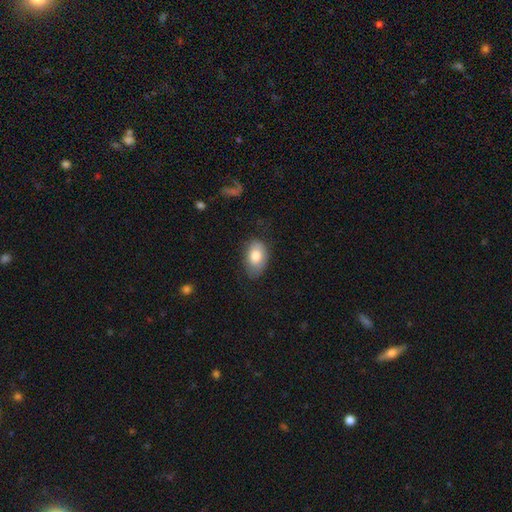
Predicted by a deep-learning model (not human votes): Smooth or featured?
  - smooth: 79% *
  - featured or disk: 14%
  - star or artifact: 7%
How rounded?
  - in between: 87% *
  - round: 11%
  - cigar-shaped: 1%
Merging?
  - none: 67% *
  - minor disturbance: 25%
  - major disturbance: 6%
  - merger: 1%